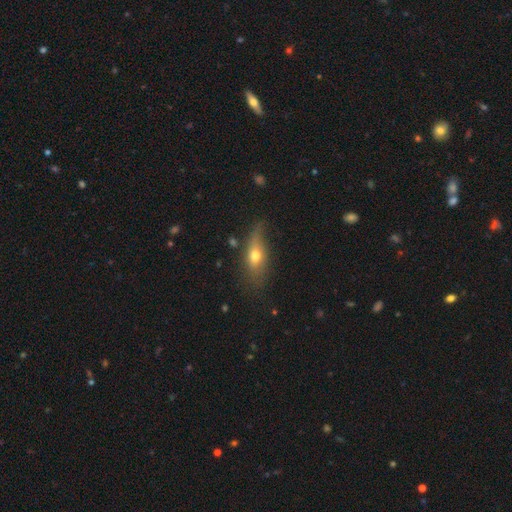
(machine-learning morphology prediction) type=smooth (60%); roundness=in between (69%); merging=none (54%).